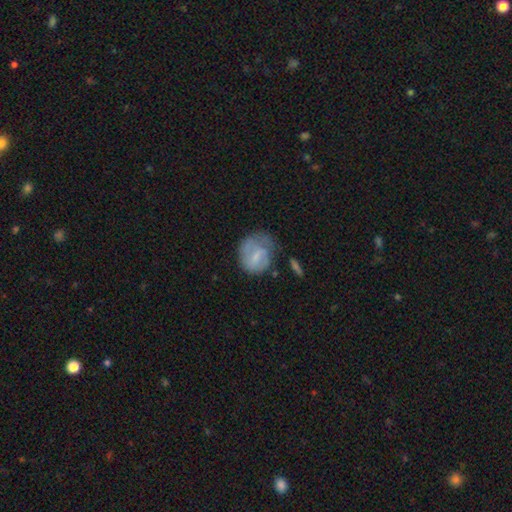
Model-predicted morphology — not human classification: A smooth galaxy with no disk features (54%) that is round (64%).

Vote fractions:
- Smooth or featured? smooth: 54% / featured or disk: 39% / star or artifact: 7%
- How rounded? round: 64% / in between: 35% / cigar-shaped: 1%
- Merging? none: 42% / minor disturbance: 30% / major disturbance: 23% / merger: 4%